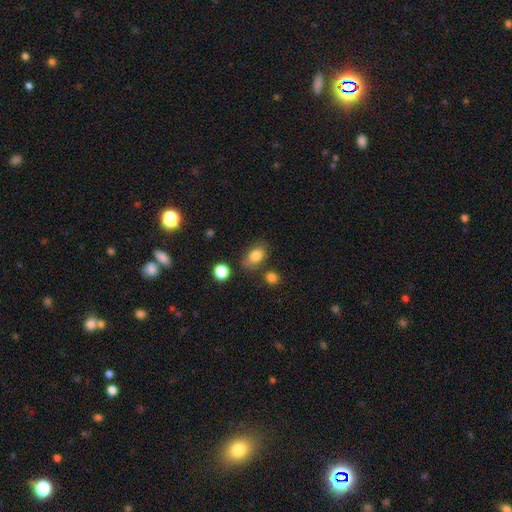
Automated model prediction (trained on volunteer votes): Overall: smooth (82%). How rounded: in between (83%). Merging: none (73%).